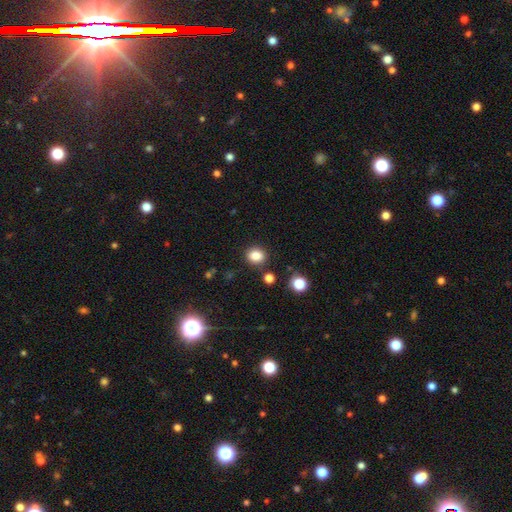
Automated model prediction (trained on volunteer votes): Smooth or featured: smooth — 84% (star or artifact — 11%)
How rounded: round — 69% (in between — 30%)
Merging: none — 85% (minor disturbance — 9%)